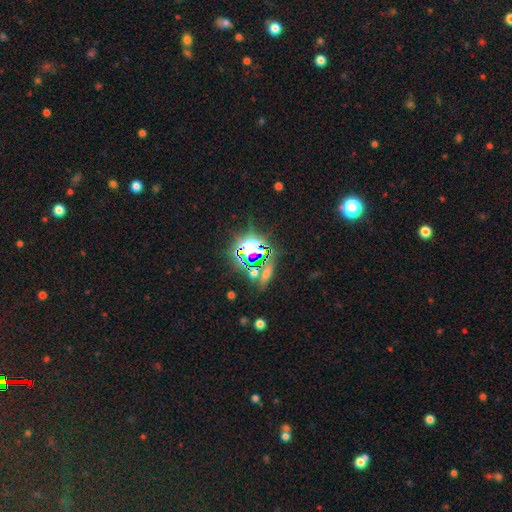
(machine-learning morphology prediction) smooth_or_featured: star or artifact (p=0.72) [alt: smooth p=0.18]